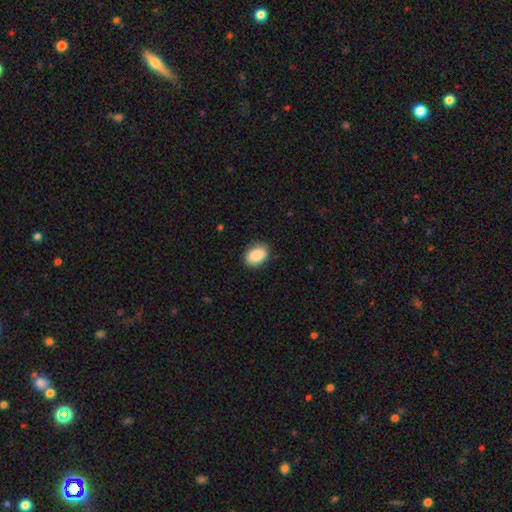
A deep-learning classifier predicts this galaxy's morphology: Smooth or featured: smooth — 88% (star or artifact — 6%)
How rounded: in between — 82% (round — 17%)
Merging: none — 87% (minor disturbance — 10%)